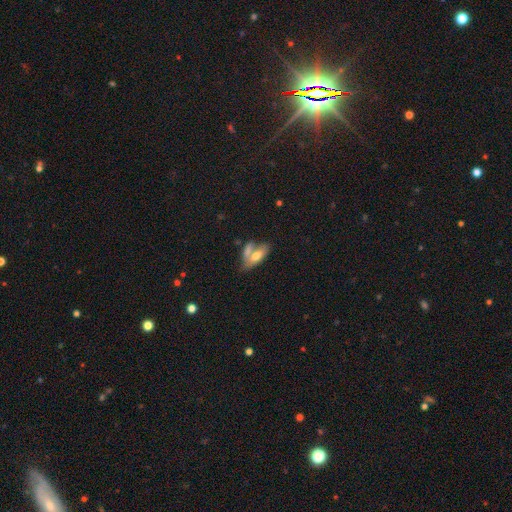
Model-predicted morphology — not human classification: Smooth or featured? smooth (61%)
How rounded? in between (76%)
Merging? merger (46%)